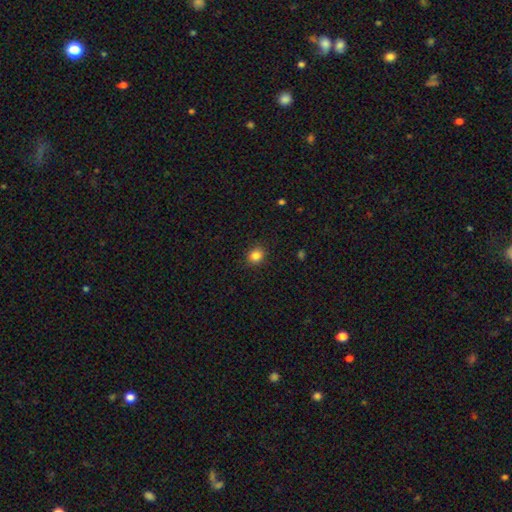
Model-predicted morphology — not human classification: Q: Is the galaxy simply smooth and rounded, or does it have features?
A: smooth — 84%.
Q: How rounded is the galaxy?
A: round — 71%.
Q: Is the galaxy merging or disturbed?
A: none — 90%.